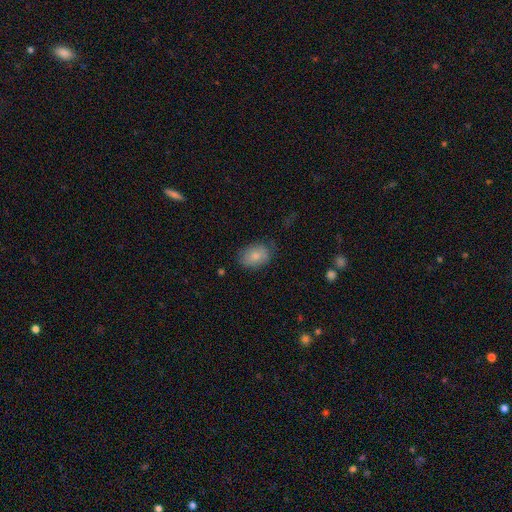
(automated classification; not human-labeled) smooth 82%, featured or disk 11%, star or artifact 7%. Down the decision tree: how rounded — in between (77%); merging — none (73%).